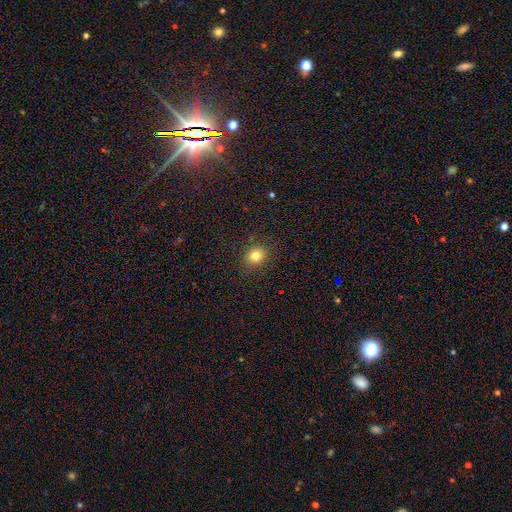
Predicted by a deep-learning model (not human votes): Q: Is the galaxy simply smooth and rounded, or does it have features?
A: smooth — 81%.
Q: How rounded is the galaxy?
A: round — 72%.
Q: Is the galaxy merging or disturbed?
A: none — 89%.